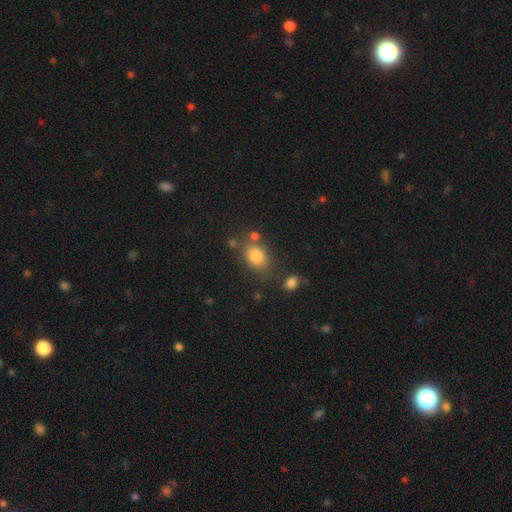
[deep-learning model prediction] Smooth or featured? smooth (82%)
How rounded? in between (71%)
Merging? none (66%)